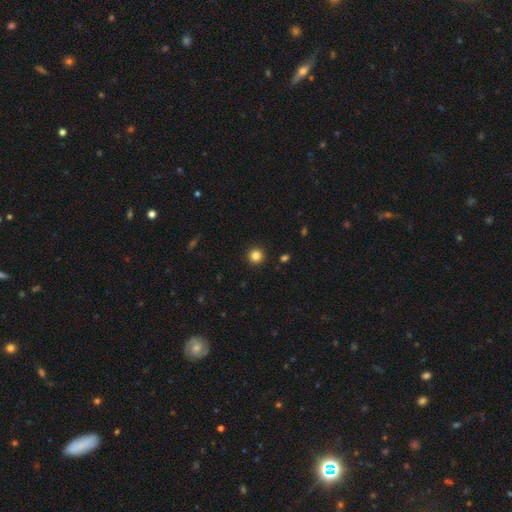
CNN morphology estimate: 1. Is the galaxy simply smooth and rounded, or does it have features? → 84% smooth, 12% star or artifact, 4% featured or disk.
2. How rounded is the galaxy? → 96% round, 3% in between, 1% cigar-shaped.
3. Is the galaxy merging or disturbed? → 93% none, 4% minor disturbance, 2% major disturbance, 1% merger.